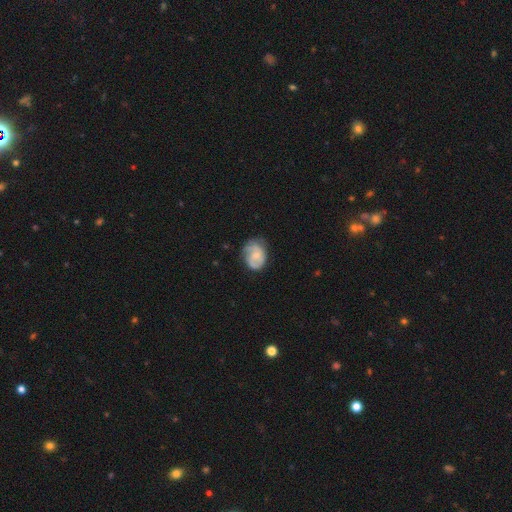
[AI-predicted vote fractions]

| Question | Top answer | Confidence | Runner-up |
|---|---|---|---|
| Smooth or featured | featured or disk | 55% | smooth (38%) |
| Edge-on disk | no | 98% | yes (2%) |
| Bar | no | 68% | weak (28%) |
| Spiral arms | yes | 82% | no (18%) |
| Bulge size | small | 53% | moderate (33%) |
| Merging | none | 58% | minor disturbance (29%) |